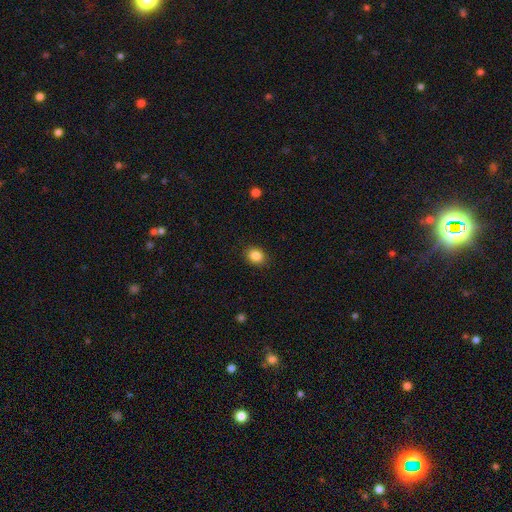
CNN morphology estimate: Smooth or featured? Predicted: smooth (p=0.86). How rounded? Predicted: round (p=0.58). Merging? Predicted: none (p=0.90).